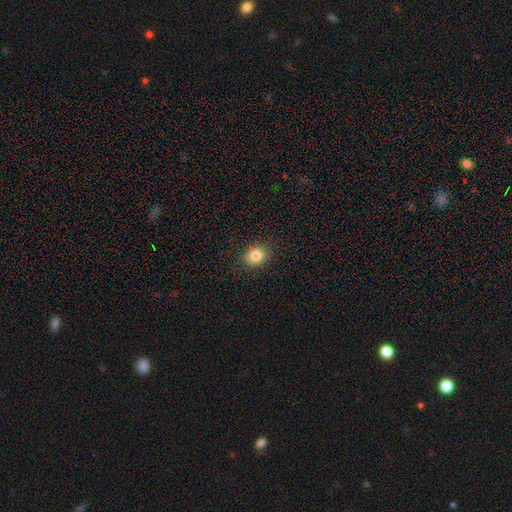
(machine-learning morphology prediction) type=smooth (82%); roundness=round (62%); merging=none (87%).